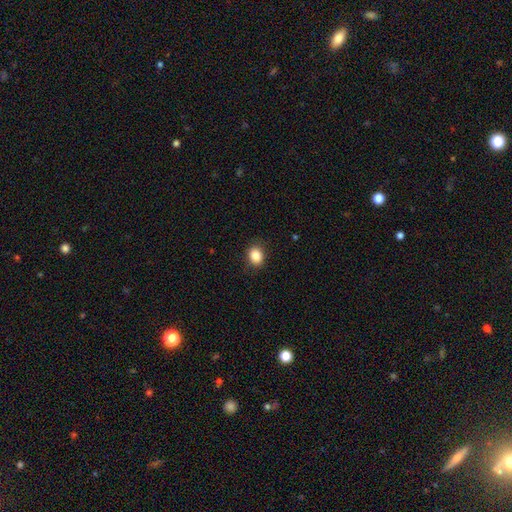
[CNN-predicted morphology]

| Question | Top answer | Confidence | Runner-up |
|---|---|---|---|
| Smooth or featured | smooth | 86% | star or artifact (9%) |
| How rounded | round | 50% | in between (49%) |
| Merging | none | 86% | minor disturbance (10%) |